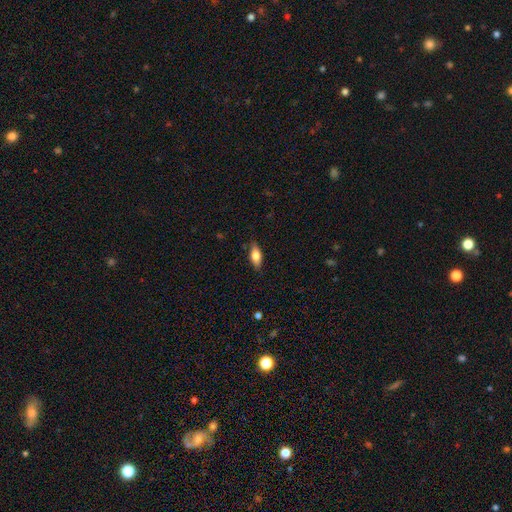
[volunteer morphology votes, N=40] This appears to be a smooth galaxy with no disk features (78%) that is in between round and cigar-shaped (74%). Merging: none (74%).